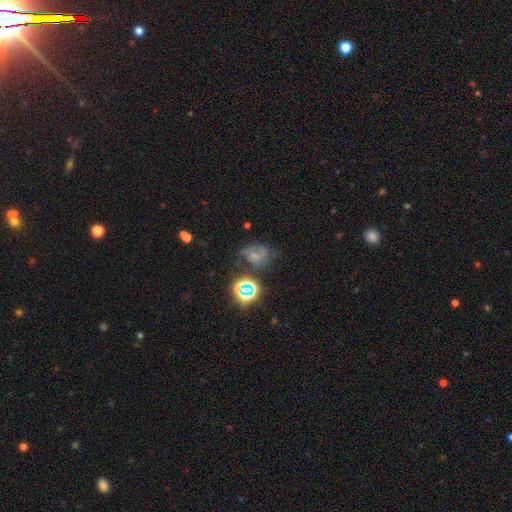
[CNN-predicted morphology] Smooth or featured?
  - smooth: 40% *
  - featured or disk: 30%
  - star or artifact: 30%
Merging?
  - none: 39% *
  - major disturbance: 27%
  - minor disturbance: 25%
  - merger: 9%